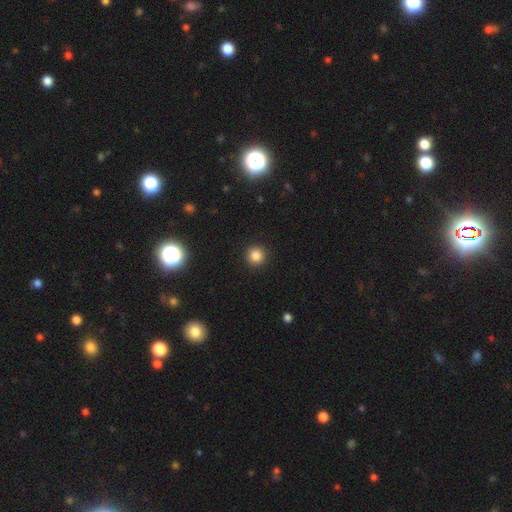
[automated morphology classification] smooth-or-featured: smooth: 84% | star or artifact: 12% | featured or disk: 4%
  how-rounded: round: 95% | in between: 4% | cigar-shaped: 1%
  merging: none: 93% | minor disturbance: 5% | major disturbance: 2% | merger: 1%